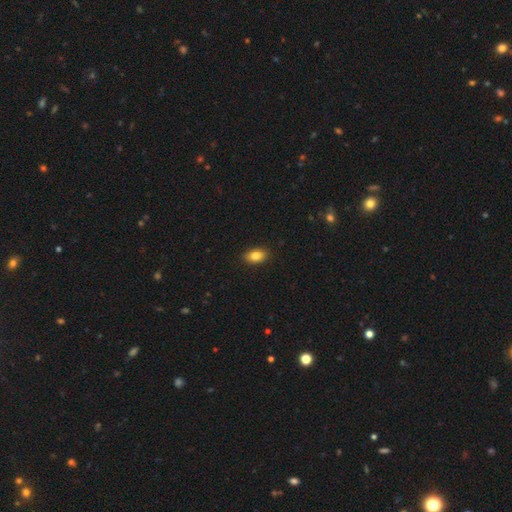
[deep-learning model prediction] Morphology: type=smooth (85%); roundness=in between (86%); merging=none (88%).